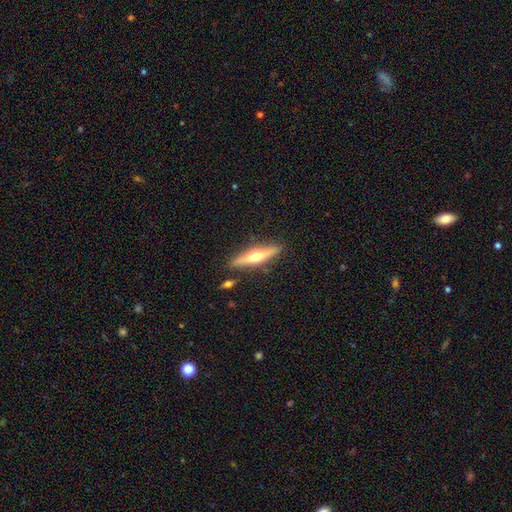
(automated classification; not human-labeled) smooth_or_featured: featured or disk (p=0.56) [alt: smooth p=0.38]
disk_edge_on: yes (p=0.93) [alt: no p=0.07]
edge_on_bulge: rounded (p=0.91) [alt: none p=0.05]
merging: none (p=0.85) [alt: minor disturbance p=0.10]